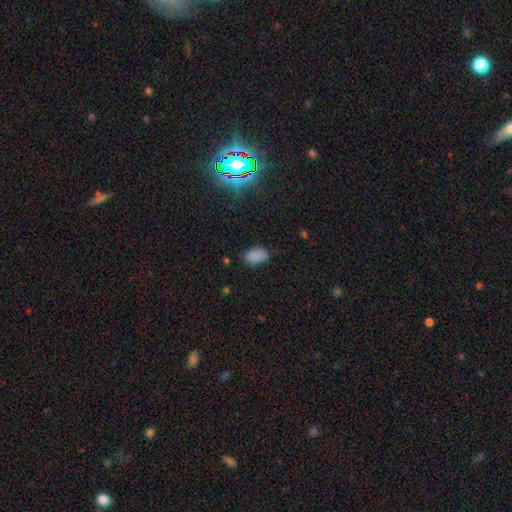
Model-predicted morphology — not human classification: Smooth or featured? smooth (85%)
How rounded? in between (93%)
Merging? none (78%)